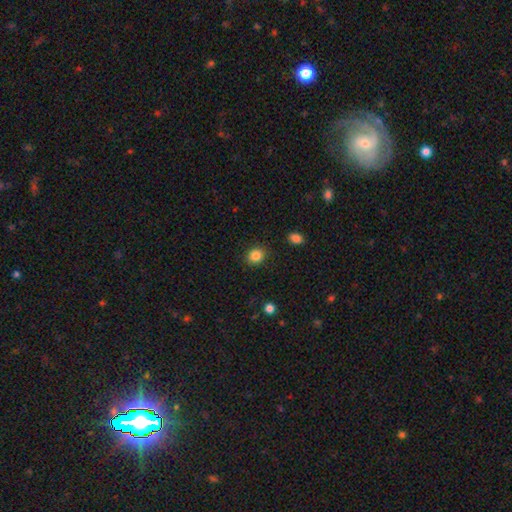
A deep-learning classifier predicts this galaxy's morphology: Smooth or featured: smooth — 85% (star or artifact — 11%)
How rounded: round — 73% (in between — 26%)
Merging: none — 89% (minor disturbance — 7%)